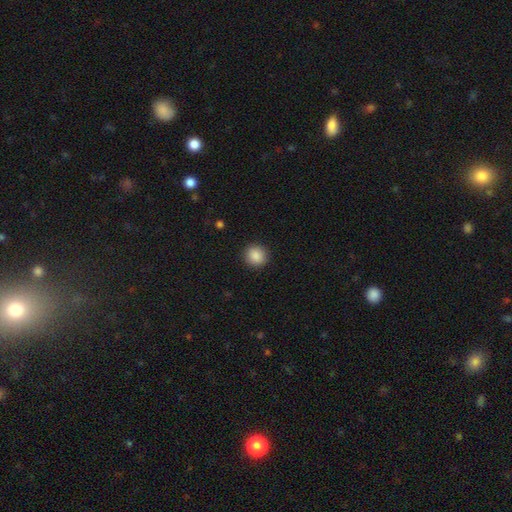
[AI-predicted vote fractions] smooth_or_featured: smooth (p=0.88) [alt: star or artifact p=0.09]
how_rounded: round (p=0.90) [alt: in between p=0.09]
merging: none (p=0.92) [alt: minor disturbance p=0.05]